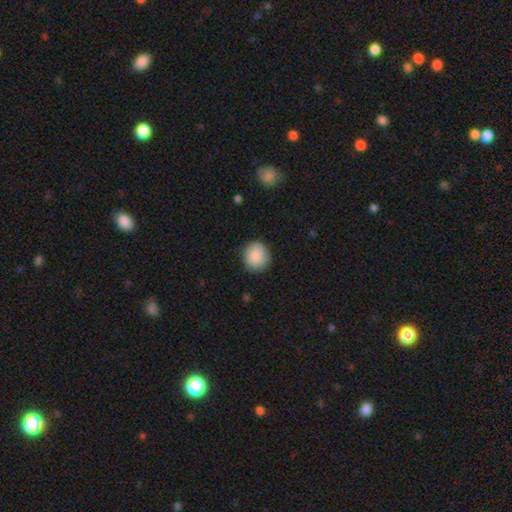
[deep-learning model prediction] Q: Smooth or featured?
A: smooth (89%); runner-up: star or artifact (7%)
Q: How rounded?
A: round (87%); runner-up: in between (13%)
Q: Merging?
A: none (88%); runner-up: minor disturbance (9%)